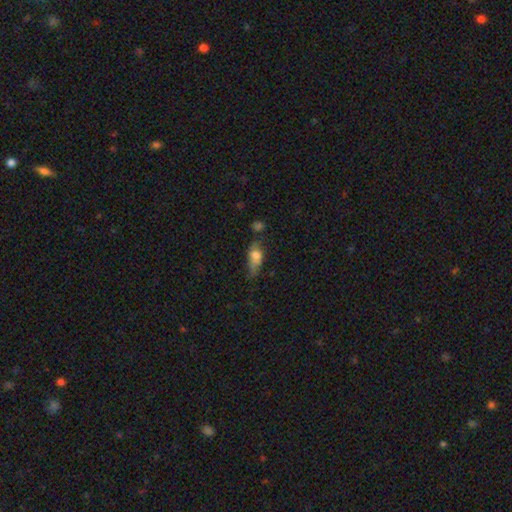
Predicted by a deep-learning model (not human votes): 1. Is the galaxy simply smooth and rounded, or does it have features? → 65% smooth, 24% featured or disk, 11% star or artifact.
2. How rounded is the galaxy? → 73% in between, 18% cigar-shaped, 9% round.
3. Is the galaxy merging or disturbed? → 33% none, 32% minor disturbance, 25% major disturbance, 9% merger.